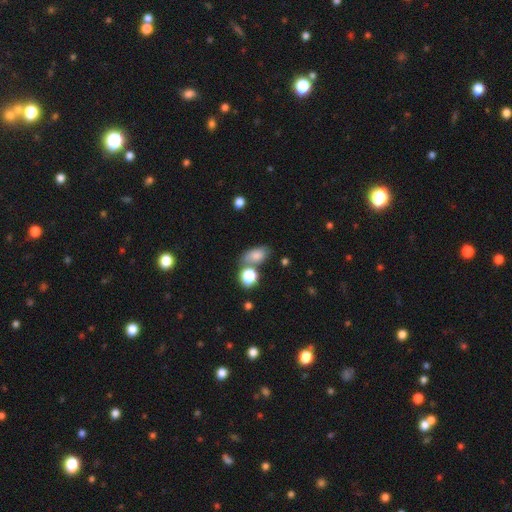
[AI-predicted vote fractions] Morphology: type=smooth (79%); roundness=in between (82%); merging=none (58%).